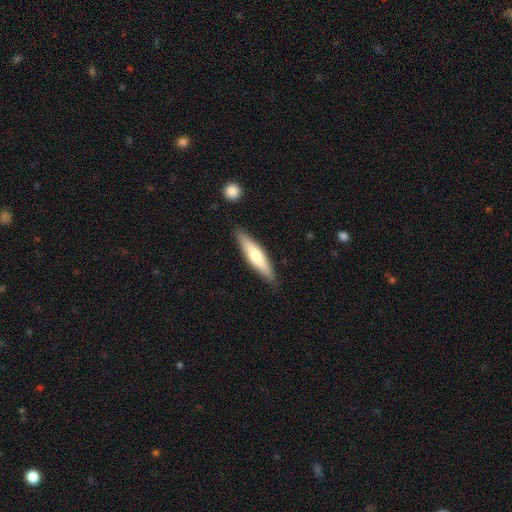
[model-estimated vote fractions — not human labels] smooth-or-featured: smooth: 55% | featured or disk: 39% | star or artifact: 5%
  how-rounded: cigar-shaped: 80% | in between: 18% | round: 1%
  merging: none: 87% | minor disturbance: 10% | major disturbance: 2% | merger: 2%